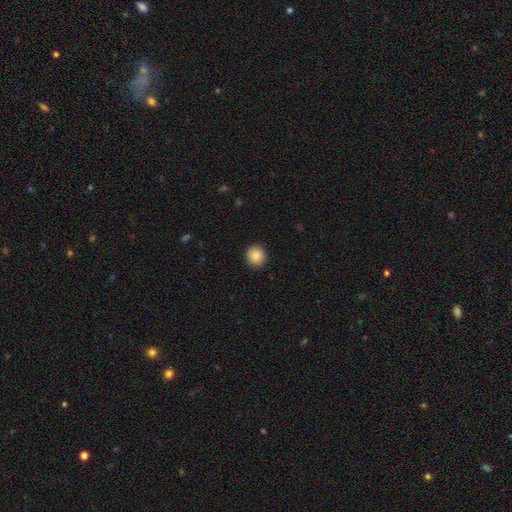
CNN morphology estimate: Smooth or featured? Predicted: smooth (p=0.87). How rounded? Predicted: round (p=0.90). Merging? Predicted: none (p=0.92).